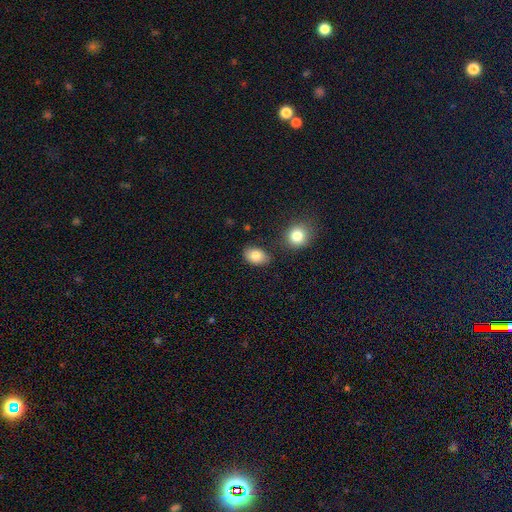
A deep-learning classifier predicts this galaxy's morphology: This appears to be a smooth galaxy with no disk features (81%) that is in between round and cigar-shaped (80%). Merging: none (75%).